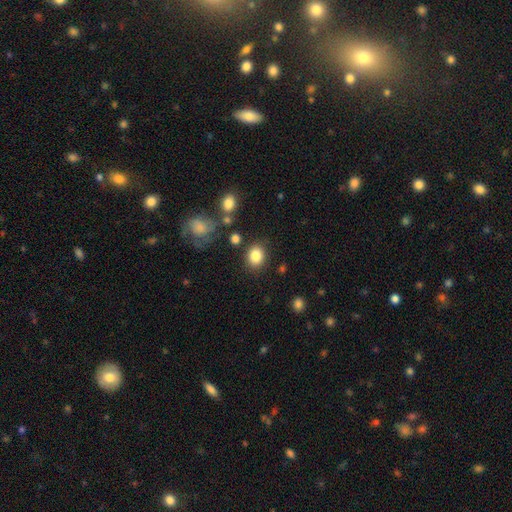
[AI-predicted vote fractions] Smooth or featured?
  - smooth: 85% *
  - star or artifact: 9%
  - featured or disk: 6%
How rounded?
  - round: 59% *
  - in between: 40%
  - cigar-shaped: 1%
Merging?
  - none: 82% *
  - minor disturbance: 10%
  - merger: 4%
  - major disturbance: 4%